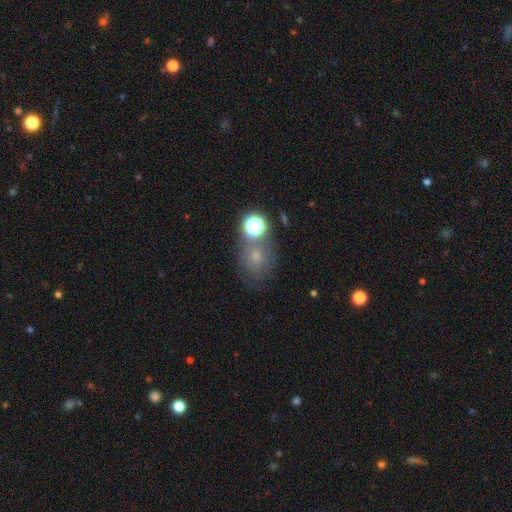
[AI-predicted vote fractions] Smooth or featured?
  - smooth: 53% *
  - star or artifact: 29%
  - featured or disk: 17%
How rounded?
  - round: 71% *
  - in between: 28%
  - cigar-shaped: 1%
Merging?
  - none: 59% *
  - minor disturbance: 16%
  - merger: 16%
  - major disturbance: 9%